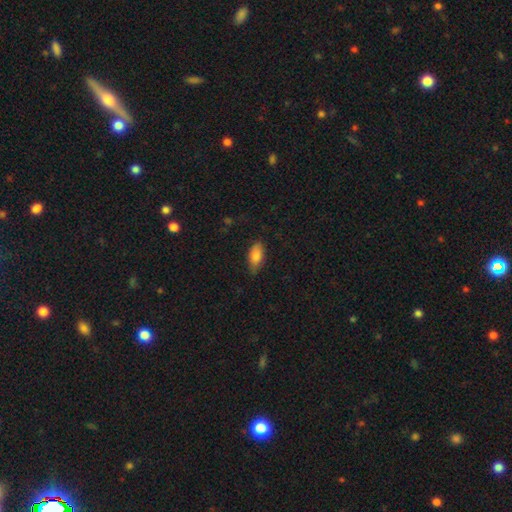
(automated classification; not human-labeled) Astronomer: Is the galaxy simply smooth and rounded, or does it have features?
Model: smooth — 85%.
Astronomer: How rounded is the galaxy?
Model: in between — 88%.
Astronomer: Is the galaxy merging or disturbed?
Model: none — 73%.